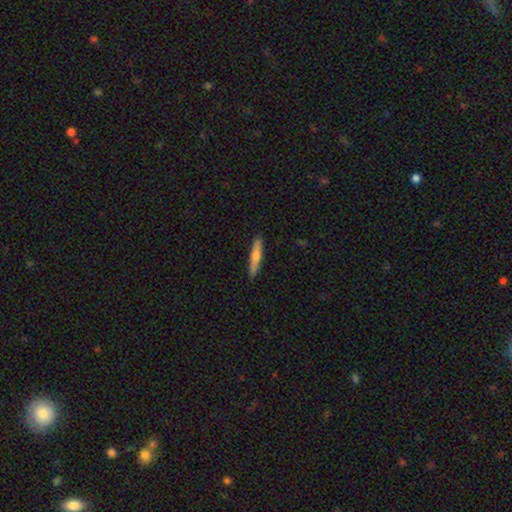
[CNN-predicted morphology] smooth-or-featured: smooth: 51% | featured or disk: 43% | star or artifact: 6%
  how-rounded: cigar-shaped: 92% | in between: 7% | round: 2%
  merging: none: 90% | minor disturbance: 7% | major disturbance: 1% | merger: 1%